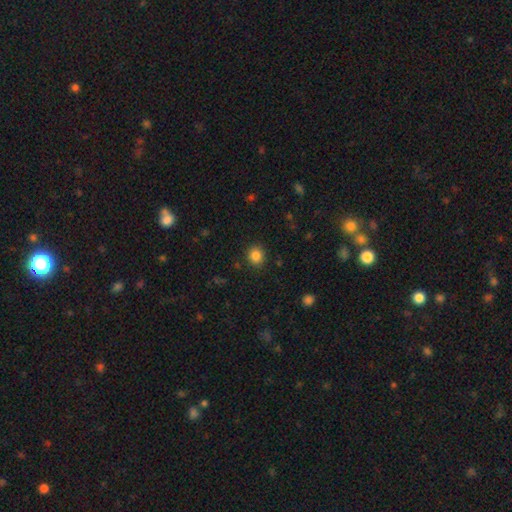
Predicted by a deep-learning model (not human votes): A smooth galaxy with no disk features (85%) that is round (85%). Merging: none (90%).